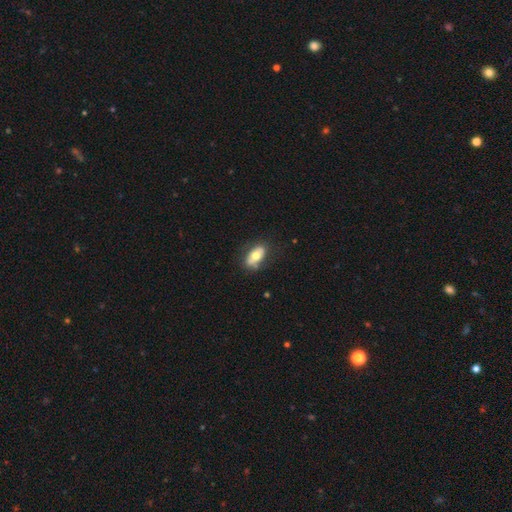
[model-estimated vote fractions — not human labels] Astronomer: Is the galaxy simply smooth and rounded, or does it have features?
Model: smooth — 60%.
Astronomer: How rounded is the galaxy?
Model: in between — 88%.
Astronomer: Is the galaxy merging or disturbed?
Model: none — 72%.